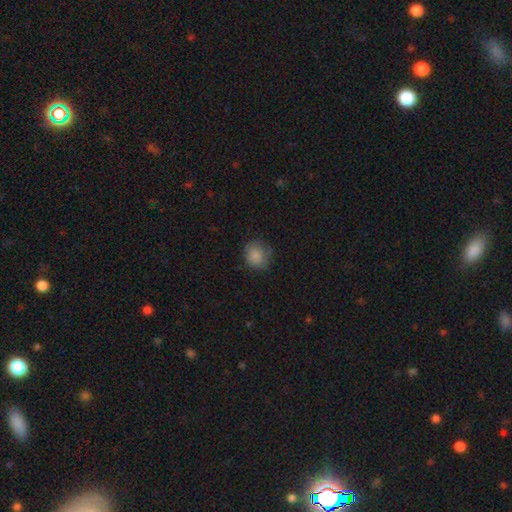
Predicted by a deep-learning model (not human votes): smooth-or-featured: smooth: 85% | star or artifact: 8% | featured or disk: 7%
  how-rounded: round: 82% | in between: 17% | cigar-shaped: 1%
  merging: none: 72% | minor disturbance: 21% | major disturbance: 6% | merger: 1%